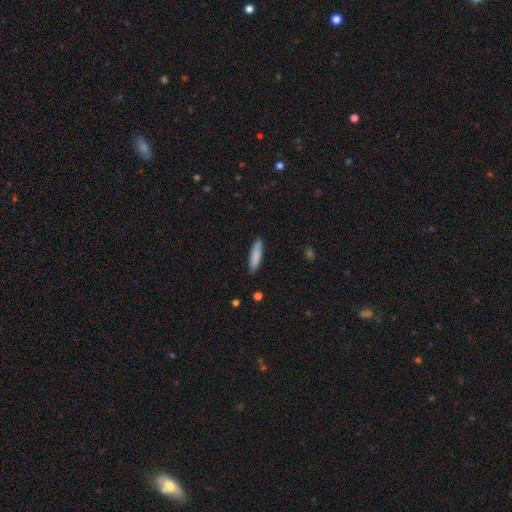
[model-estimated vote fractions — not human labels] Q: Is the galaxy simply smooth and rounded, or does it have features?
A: smooth — 85%.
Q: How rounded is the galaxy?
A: cigar-shaped — 64%.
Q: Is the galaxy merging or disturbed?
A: none — 83%.